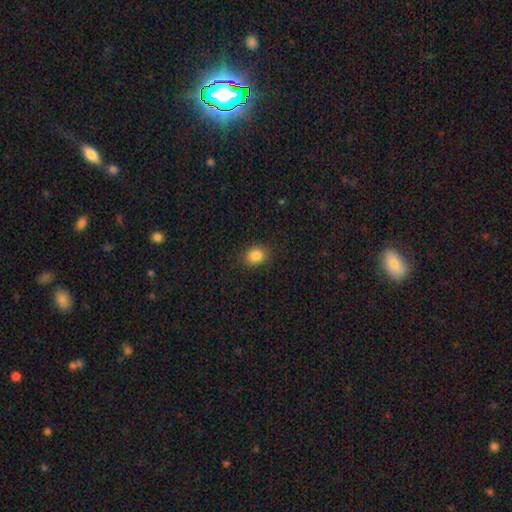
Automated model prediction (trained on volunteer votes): This appears to be a smooth galaxy with no disk features (85%) that is round (53%). Merging: none (89%).